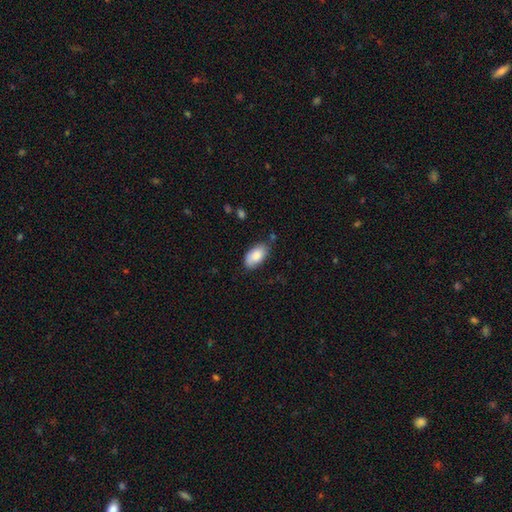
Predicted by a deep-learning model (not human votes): Smooth or featured?
  - smooth: 84% *
  - featured or disk: 10%
  - star or artifact: 6%
How rounded?
  - in between: 94% *
  - round: 3%
  - cigar-shaped: 3%
Merging?
  - none: 67% *
  - minor disturbance: 25%
  - major disturbance: 4%
  - merger: 4%